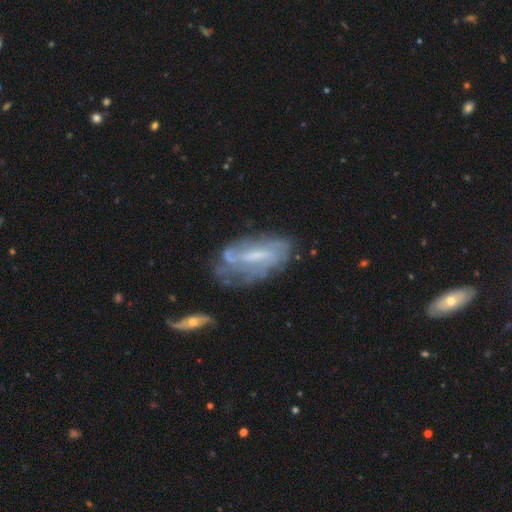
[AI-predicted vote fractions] featured or disk 68%, smooth 24%, star or artifact 8%. Down the decision tree: edge-on disk — no (88%); bar — weak (45%); spiral arms — yes (65%); bulge size — small (38%); merging — none (55%).